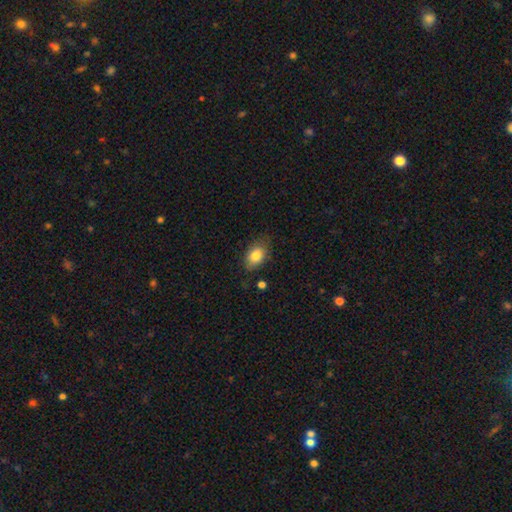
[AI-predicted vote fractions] A smooth galaxy with no disk features (82%) that is in between round and cigar-shaped (82%).

Vote fractions:
- Smooth or featured? smooth: 82% / featured or disk: 10% / star or artifact: 8%
- How rounded? in between: 82% / round: 17% / cigar-shaped: 1%
- Merging? none: 74% / minor disturbance: 20% / major disturbance: 5% / merger: 2%